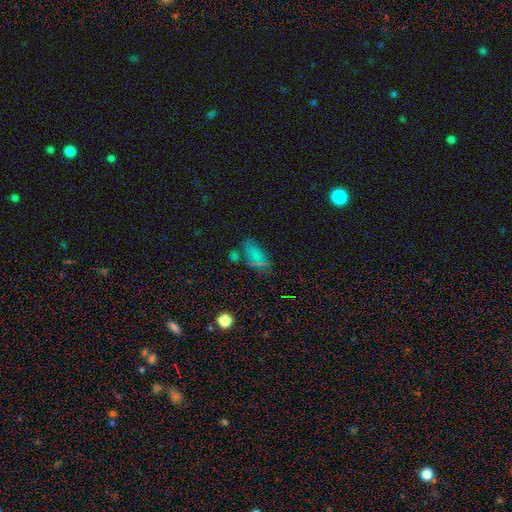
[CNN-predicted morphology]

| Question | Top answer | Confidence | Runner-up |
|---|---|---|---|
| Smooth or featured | smooth | 55% | star or artifact (36%) |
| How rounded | in between | 79% | round (11%) |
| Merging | none | 62% | minor disturbance (18%) |